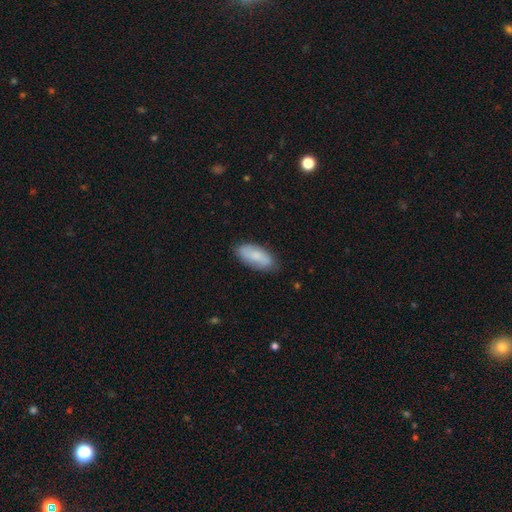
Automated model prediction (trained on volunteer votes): Smooth or featured? Predicted: smooth (p=0.78). How rounded? Predicted: in between (p=0.88). Merging? Predicted: none (p=0.79).